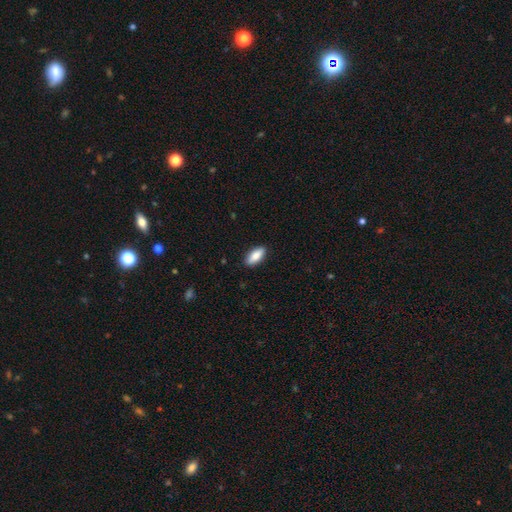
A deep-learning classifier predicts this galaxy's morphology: smooth 83%, featured or disk 10%, star or artifact 6%. Down the decision tree: how rounded — in between (81%); merging — none (89%).